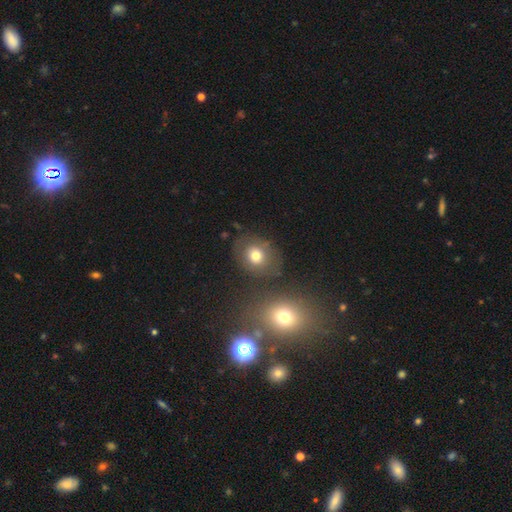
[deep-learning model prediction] smooth-or-featured: smooth: 72% | featured or disk: 14% | star or artifact: 14%
  how-rounded: round: 66% | in between: 33% | cigar-shaped: 1%
  merging: none: 69% | minor disturbance: 14% | merger: 10% | major disturbance: 7%